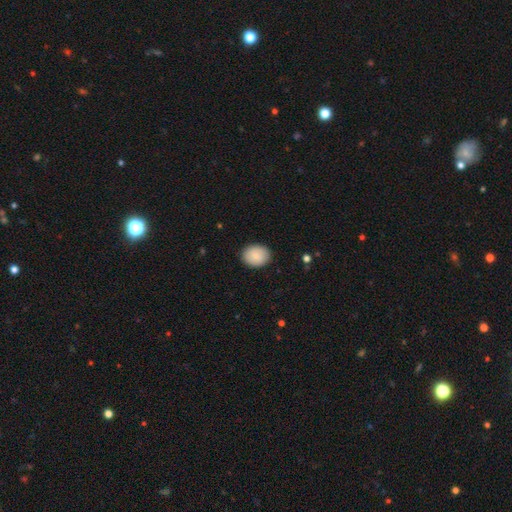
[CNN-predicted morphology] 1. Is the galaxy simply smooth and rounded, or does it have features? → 87% smooth, 7% star or artifact, 7% featured or disk.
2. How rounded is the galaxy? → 52% in between, 47% round, 1% cigar-shaped.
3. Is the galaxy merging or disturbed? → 89% none, 9% minor disturbance, 2% major disturbance, 1% merger.